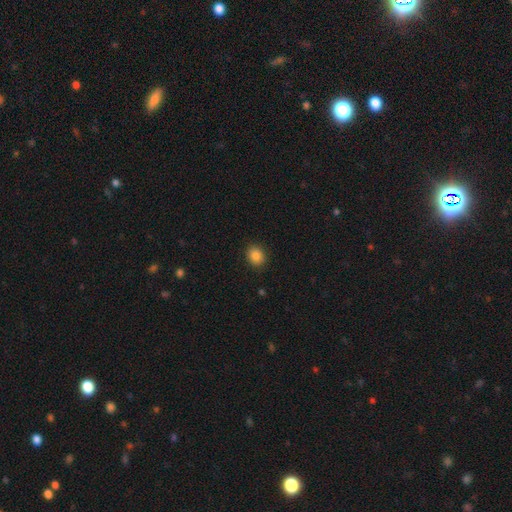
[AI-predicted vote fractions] Morphology: type=smooth (86%); roundness=round (57%); merging=none (90%).